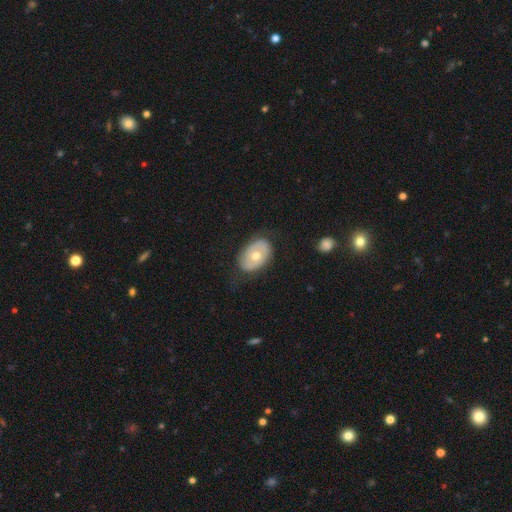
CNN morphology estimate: Q: Smooth or featured?
A: featured or disk (50%); runner-up: smooth (43%)
Q: Merging?
A: none (72%); runner-up: minor disturbance (20%)